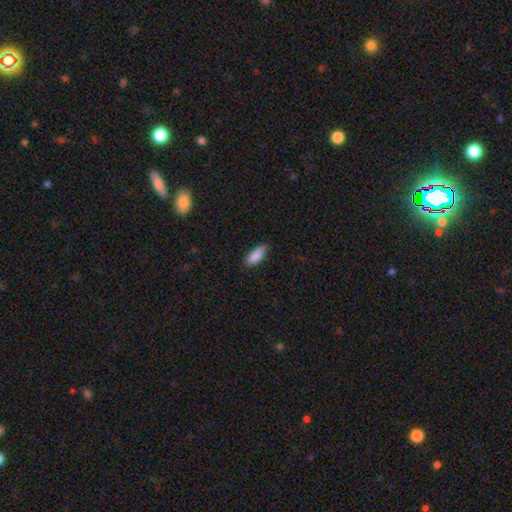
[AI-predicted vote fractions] Smooth or featured? smooth (89%)
How rounded? in between (77%)
Merging? none (82%)